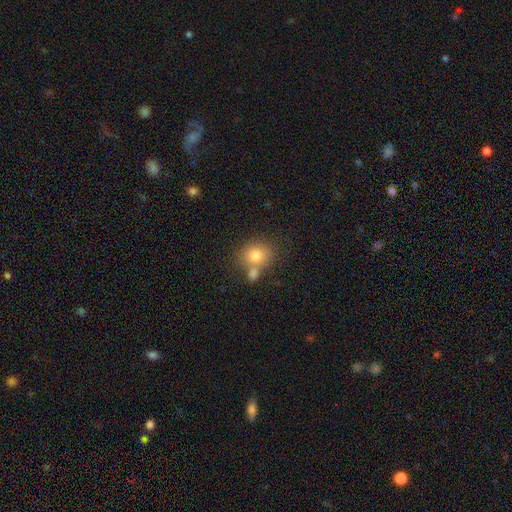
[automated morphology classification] Overall: smooth (79%). How rounded: round (67%; in between 32%). Merging: none (52%; merger 31%).